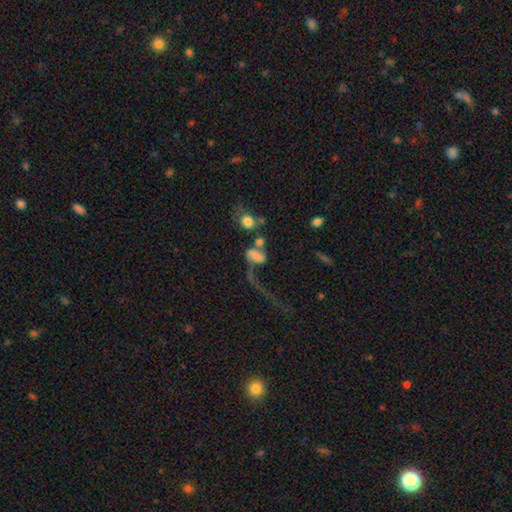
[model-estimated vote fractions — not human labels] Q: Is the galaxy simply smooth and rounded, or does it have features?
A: smooth — 52%.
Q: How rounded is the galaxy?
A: in between — 75%.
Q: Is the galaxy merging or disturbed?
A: major disturbance — 38%.